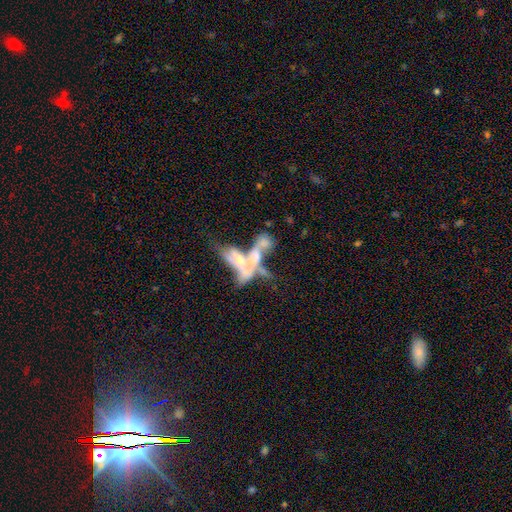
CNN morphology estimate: This is possibly a featured or disk galaxy (57%). It is clearly not viewed edge-on (84%). Merging: likely merger (71%).